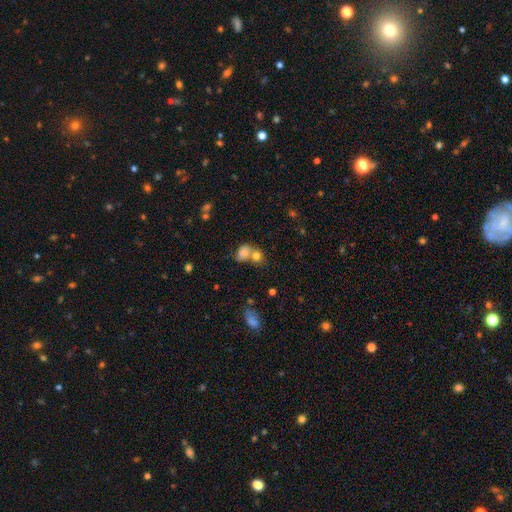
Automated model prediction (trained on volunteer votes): This is possibly a smooth galaxy (59%). How rounded: possibly in between (51%). Merging: marginally none (44%).